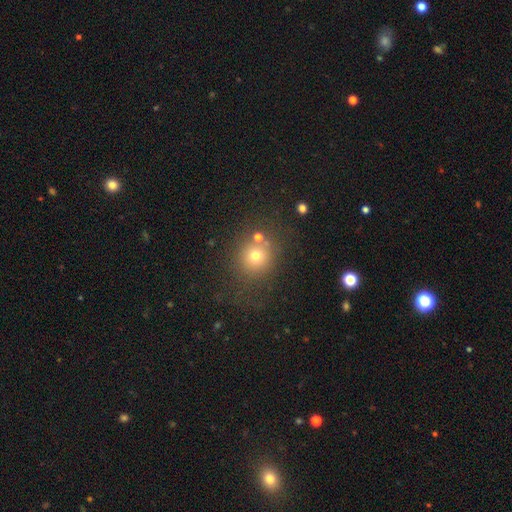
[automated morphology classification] The model was most divided on "smooth or featured": smooth: 69%, star or artifact: 19%, featured or disk: 12%. More confident: how rounded — round (86%); merging — none (69%).